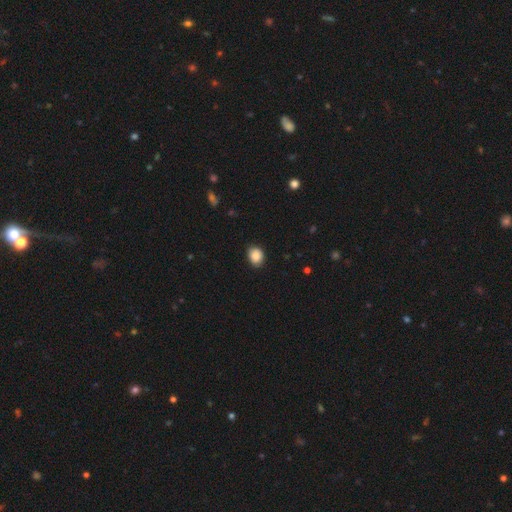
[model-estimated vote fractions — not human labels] Morphology: type=smooth (88%); roundness=round (51%); merging=none (84%).